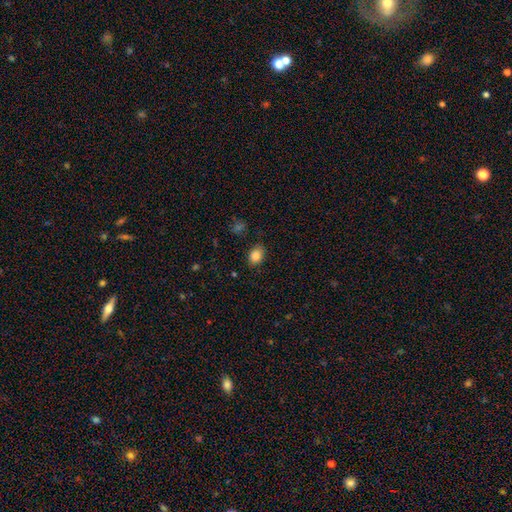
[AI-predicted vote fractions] smooth-or-featured: smooth: 85% | star or artifact: 10% | featured or disk: 5%
  how-rounded: in between: 66% | round: 33% | cigar-shaped: 1%
  merging: none: 83% | minor disturbance: 12% | major disturbance: 3% | merger: 2%